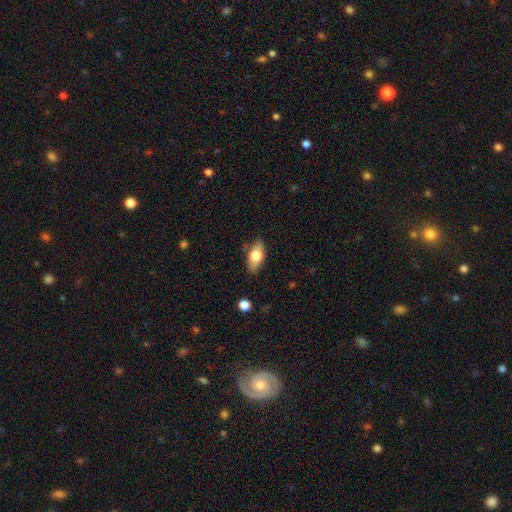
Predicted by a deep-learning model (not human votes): This is likely a smooth galaxy (71%). How rounded: clearly in between (88%). Merging: likely none (79%).